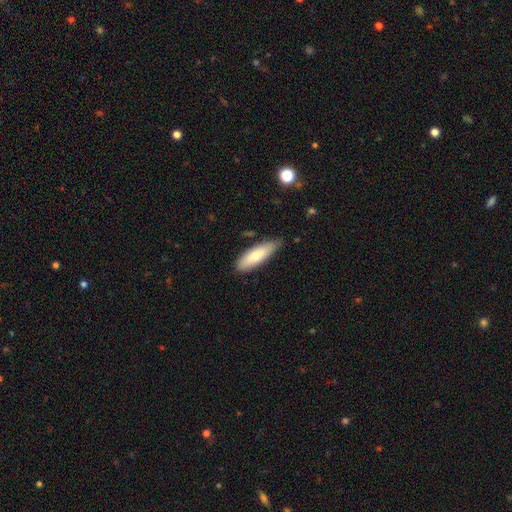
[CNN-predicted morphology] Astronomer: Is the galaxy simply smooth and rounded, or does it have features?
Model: smooth — 73%.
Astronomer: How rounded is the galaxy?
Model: in between — 51% (runner-up: cigar-shaped, 47%).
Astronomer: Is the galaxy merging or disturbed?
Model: none — 77%.